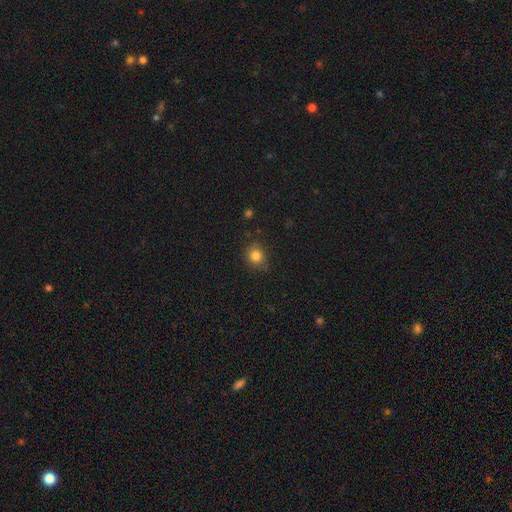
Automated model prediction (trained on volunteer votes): smooth-or-featured: smooth: 83% | star or artifact: 12% | featured or disk: 6%
  how-rounded: round: 78% | in between: 21% | cigar-shaped: 1%
  merging: none: 79% | minor disturbance: 16% | major disturbance: 4% | merger: 2%